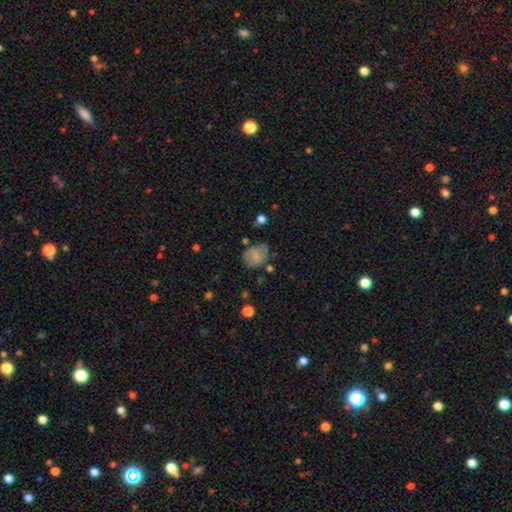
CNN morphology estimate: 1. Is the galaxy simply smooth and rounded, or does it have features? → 69% smooth, 22% featured or disk, 9% star or artifact.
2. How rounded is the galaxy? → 53% in between, 46% round, 1% cigar-shaped.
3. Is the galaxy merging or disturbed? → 56% none, 27% minor disturbance, 11% major disturbance, 6% merger.